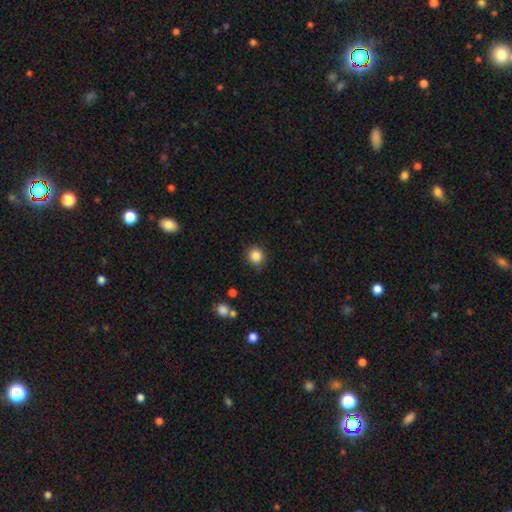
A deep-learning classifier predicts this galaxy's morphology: Smooth or featured?
  - smooth: 85% *
  - star or artifact: 10%
  - featured or disk: 4%
How rounded?
  - round: 91% *
  - in between: 8%
  - cigar-shaped: 1%
Merging?
  - none: 87% *
  - minor disturbance: 9%
  - major disturbance: 3%
  - merger: 2%